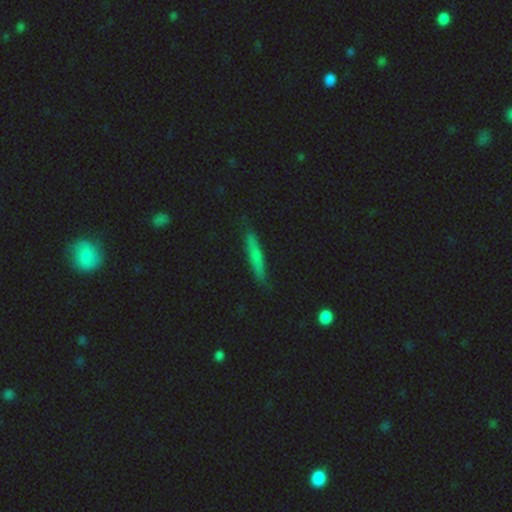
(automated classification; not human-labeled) Smooth or featured: smooth — 61% (featured or disk — 28%)
How rounded: cigar-shaped — 91% (in between — 7%)
Merging: none — 85% (minor disturbance — 11%)